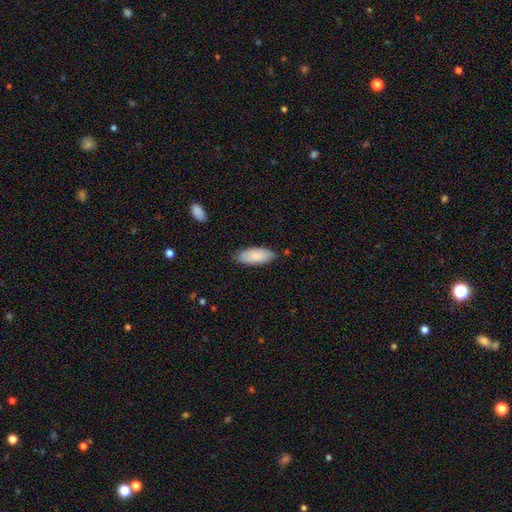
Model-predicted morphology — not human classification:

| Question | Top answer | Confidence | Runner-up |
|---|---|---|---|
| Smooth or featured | smooth | 86% | featured or disk (8%) |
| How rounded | in between | 82% | cigar-shaped (17%) |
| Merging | none | 80% | minor disturbance (15%) |